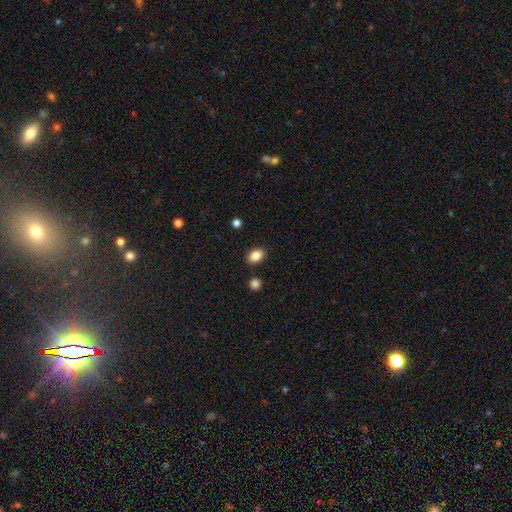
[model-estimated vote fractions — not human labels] Smooth or featured: smooth — 85% (star or artifact — 9%)
How rounded: in between — 81% (round — 17%)
Merging: none — 86% (minor disturbance — 9%)